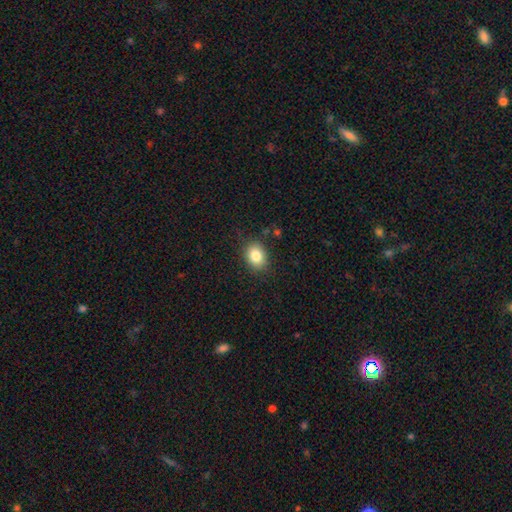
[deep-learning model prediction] Q: Smooth or featured?
A: smooth (83%); runner-up: star or artifact (10%)
Q: How rounded?
A: in between (56%); runner-up: round (43%)
Q: Merging?
A: none (85%); runner-up: minor disturbance (11%)